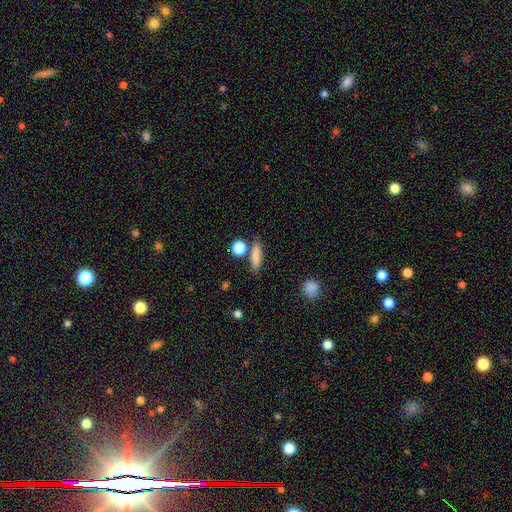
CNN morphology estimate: Smooth or featured: smooth — 82% (featured or disk — 10%)
How rounded: cigar-shaped — 61% (in between — 29%)
Merging: none — 77% (minor disturbance — 10%)